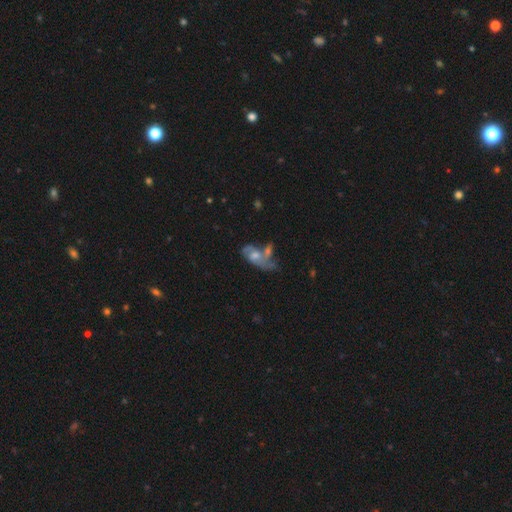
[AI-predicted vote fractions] Smooth or featured? featured or disk (62%)
Edge-on disk? no (94%)
Bar? no (66%)
Spiral arms? yes (78%)
Bulge size? moderate (54%)
Merging? merger (41%)